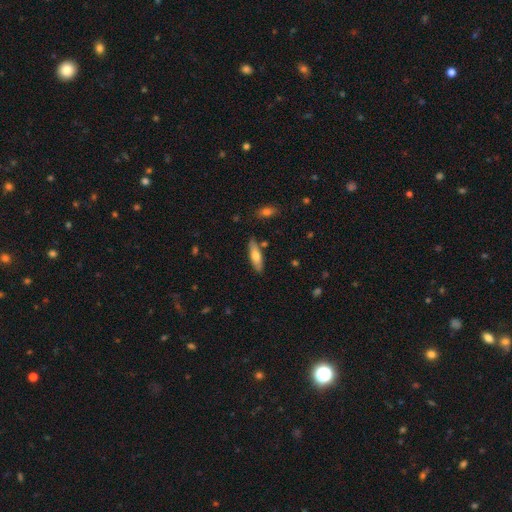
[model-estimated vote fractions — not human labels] Smooth or featured?
  - smooth: 66% *
  - featured or disk: 28%
  - star or artifact: 6%
How rounded?
  - cigar-shaped: 58% *
  - in between: 40%
  - round: 2%
Merging?
  - none: 82% *
  - minor disturbance: 12%
  - merger: 4%
  - major disturbance: 2%